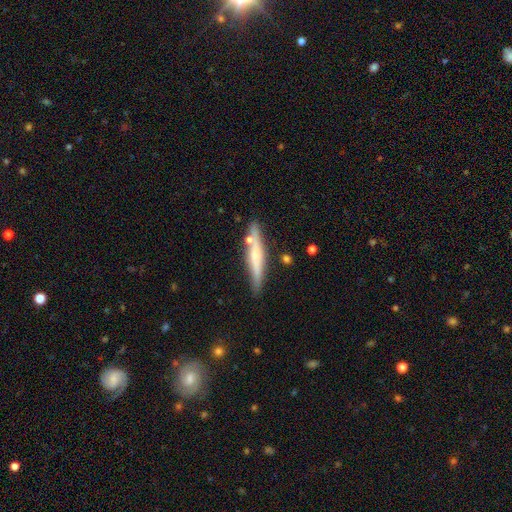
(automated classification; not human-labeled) Smooth or featured? Predicted: featured or disk (p=0.50). Merging? Predicted: none (p=0.79).